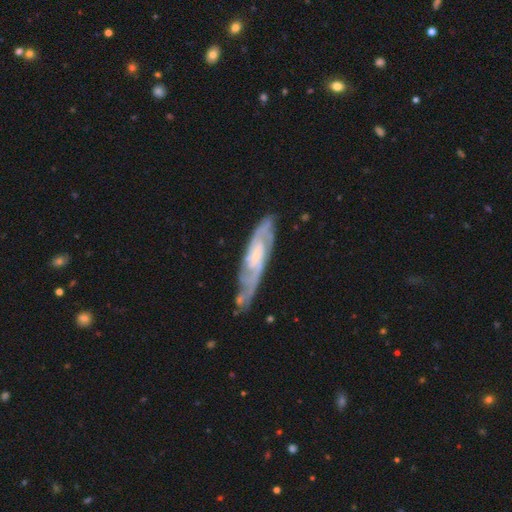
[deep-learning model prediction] The model was most divided on "spiral winding": tight: 46%, medium: 43%, loose: 11%. More confident: spiral arms — yes (96%); smooth or featured — featured or disk (83%); edge-on disk — no (79%); merging — none (68%); bulge size — small (58%); spiral arm count — 2 (56%); bar — no (51%).